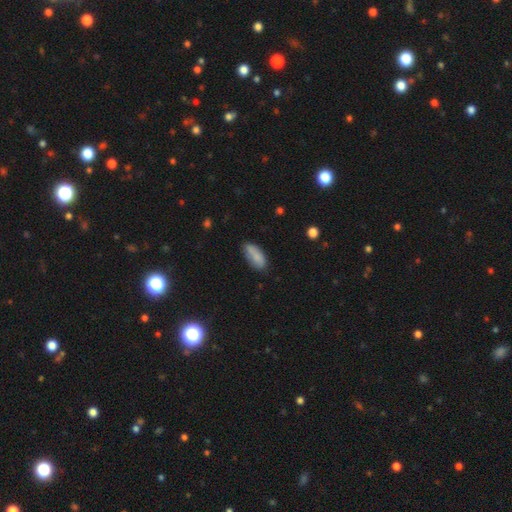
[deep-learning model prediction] Morphology: type=smooth (83%); roundness=in between (82%); merging=none (68%).